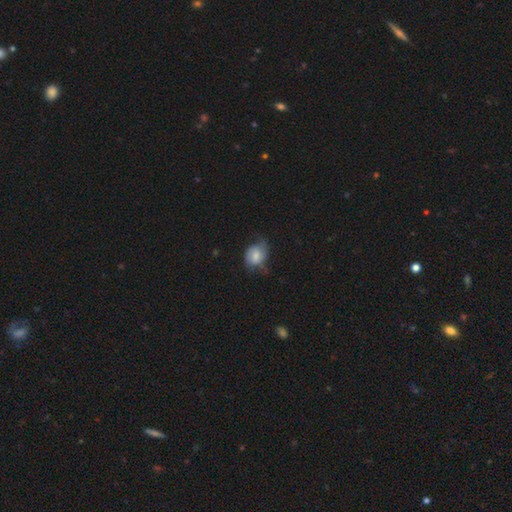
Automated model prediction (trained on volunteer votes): Smooth or featured: smooth — 59% (featured or disk — 33%)
How rounded: in between — 57% (round — 42%)
Merging: none — 45% (minor disturbance — 35%)